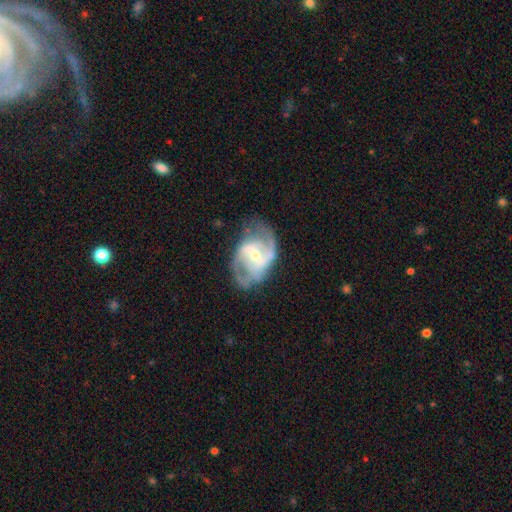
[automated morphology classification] featured or disk 85%, smooth 9%, star or artifact 6%. Down the decision tree: edge-on disk — no (97%); bar — weak (49%); spiral arms — yes (93%); spiral arm count — 2 (73%); spiral winding — medium (52%); bulge size — small (53%); merging — none (62%).